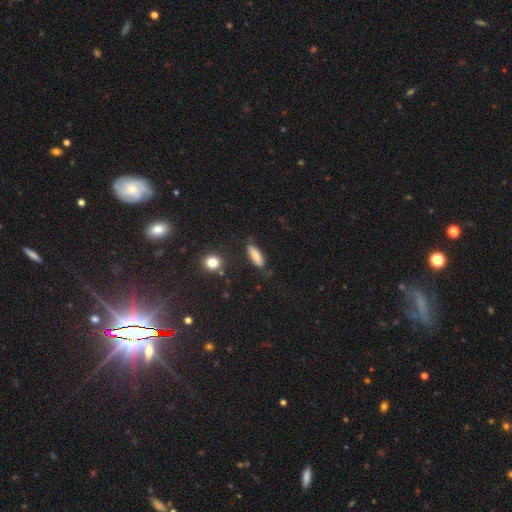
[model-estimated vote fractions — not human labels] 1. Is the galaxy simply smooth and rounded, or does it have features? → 78% smooth, 14% featured or disk, 8% star or artifact.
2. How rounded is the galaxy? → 50% in between, 48% cigar-shaped, 3% round.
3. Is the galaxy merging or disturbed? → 73% none, 20% minor disturbance, 5% major disturbance, 3% merger.